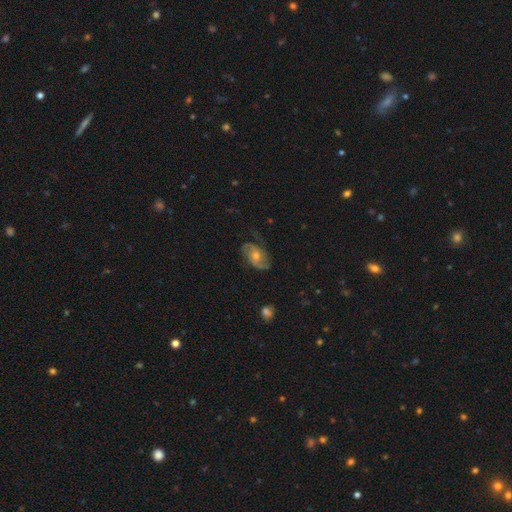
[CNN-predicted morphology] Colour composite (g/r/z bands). It shows a featured or disk galaxy (78%) with no bar (71%), 2 (70%) medium (48%) spiral arms (94%) and a moderate central bulge (59%). Merging: none (73%).